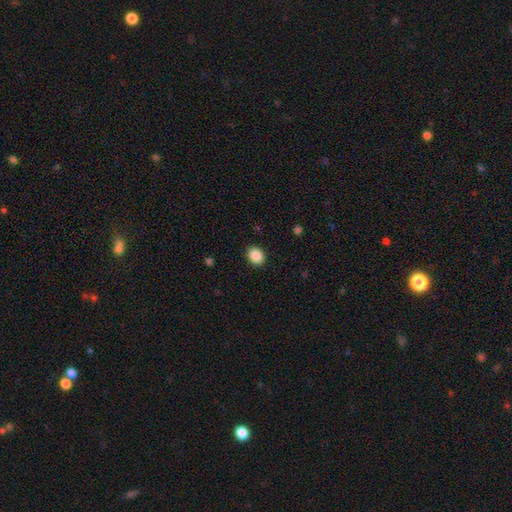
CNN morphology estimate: Smooth or featured?
  - smooth: 88% *
  - star or artifact: 9%
  - featured or disk: 3%
How rounded?
  - round: 58% *
  - in between: 41%
  - cigar-shaped: 1%
Merging?
  - none: 90% *
  - minor disturbance: 6%
  - major disturbance: 2%
  - merger: 1%